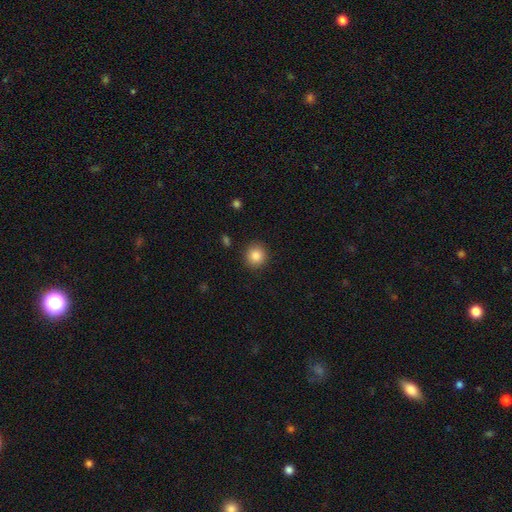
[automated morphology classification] A smooth galaxy with no disk features (86%) that is round (92%). Merging: none (90%).